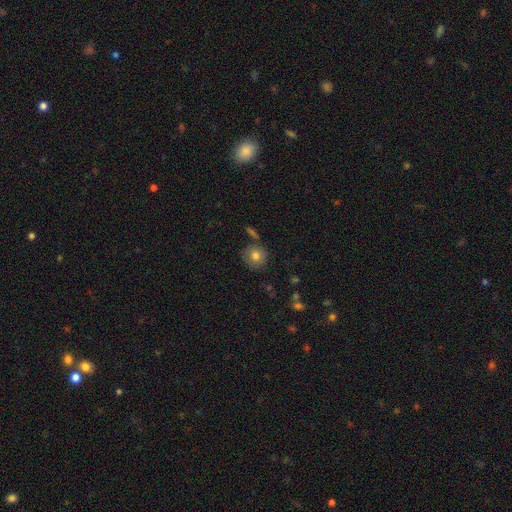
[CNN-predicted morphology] smooth 78%, featured or disk 12%, star or artifact 10%. Down the decision tree: how rounded — round (90%); merging — none (79%).